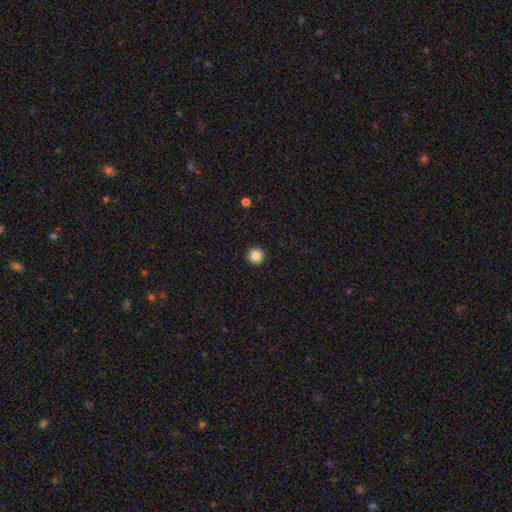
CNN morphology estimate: Smooth or featured: smooth — 86% (star or artifact — 10%)
How rounded: round — 96% (in between — 3%)
Merging: none — 93% (minor disturbance — 4%)